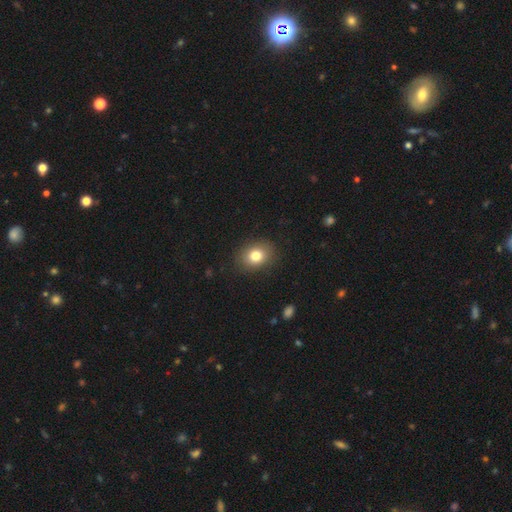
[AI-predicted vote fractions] smooth_or_featured: smooth (p=0.80) [alt: star or artifact p=0.10]
how_rounded: in between (p=0.53) [alt: round p=0.46]
merging: none (p=0.87) [alt: minor disturbance p=0.09]